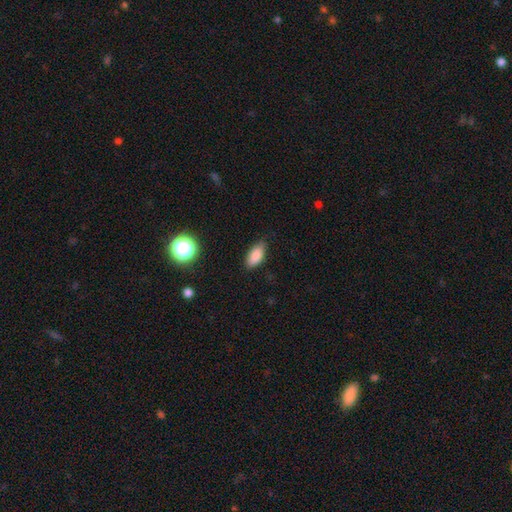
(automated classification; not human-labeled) Q: Smooth or featured?
A: smooth (86%); runner-up: star or artifact (9%)
Q: How rounded?
A: in between (88%); runner-up: cigar-shaped (8%)
Q: Merging?
A: none (78%); runner-up: minor disturbance (17%)